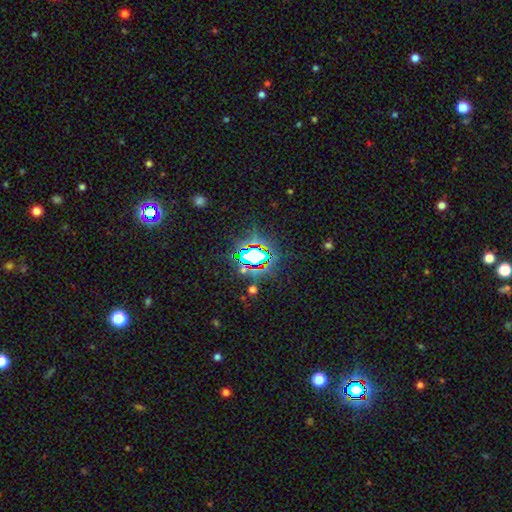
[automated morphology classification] smooth-or-featured: star or artifact: 69% | smooth: 20% | featured or disk: 12%